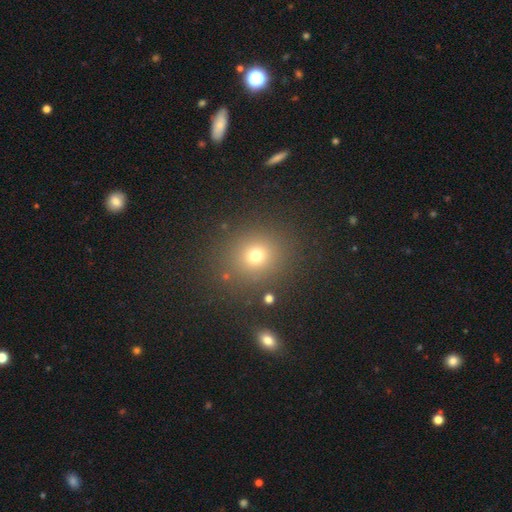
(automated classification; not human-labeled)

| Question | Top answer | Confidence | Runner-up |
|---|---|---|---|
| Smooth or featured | smooth | 71% | star or artifact (20%) |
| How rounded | round | 83% | in between (16%) |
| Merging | none | 85% | minor disturbance (8%) |